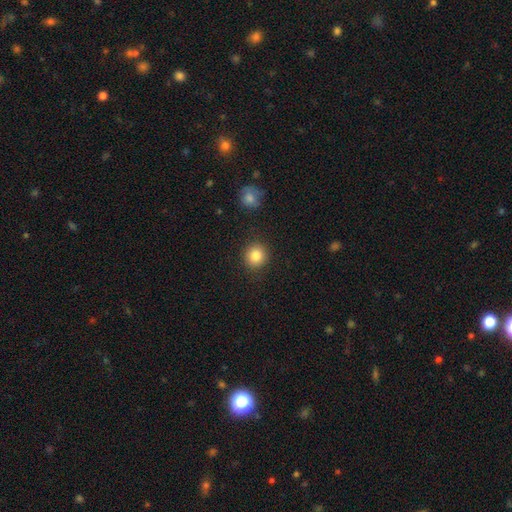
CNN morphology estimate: Smooth or featured? smooth (85%)
How rounded? round (89%)
Merging? none (89%)